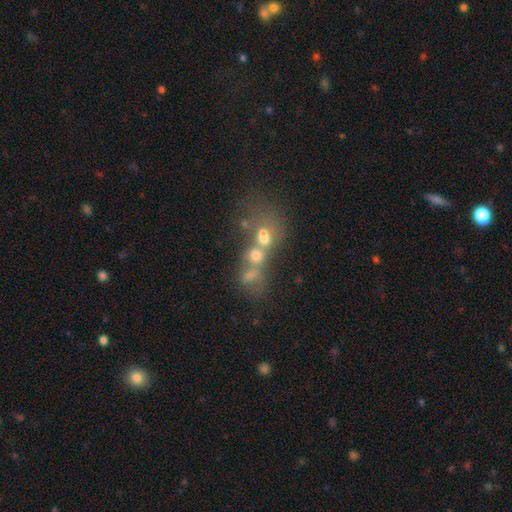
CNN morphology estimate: smooth-or-featured: smooth: 55% | featured or disk: 27% | star or artifact: 18%
  how-rounded: round: 48% (tied) | in between: 48% (tied) | cigar-shaped: 4%
  merging: merger: 64% | none: 19% | major disturbance: 10% | minor disturbance: 7%